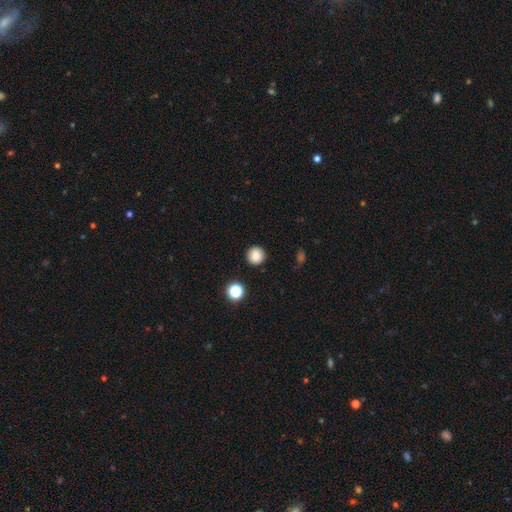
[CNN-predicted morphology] Q: Smooth or featured?
A: smooth (86%); runner-up: star or artifact (11%)
Q: How rounded?
A: round (95%); runner-up: in between (4%)
Q: Merging?
A: none (91%); runner-up: minor disturbance (6%)